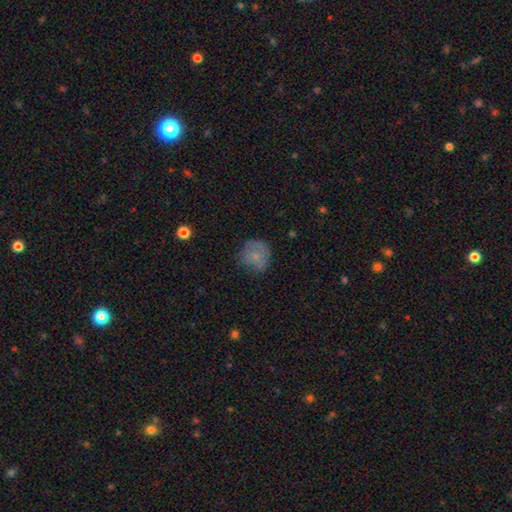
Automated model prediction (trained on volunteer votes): Overall: smooth (72%). How rounded: round (85%). Merging: none (67%).